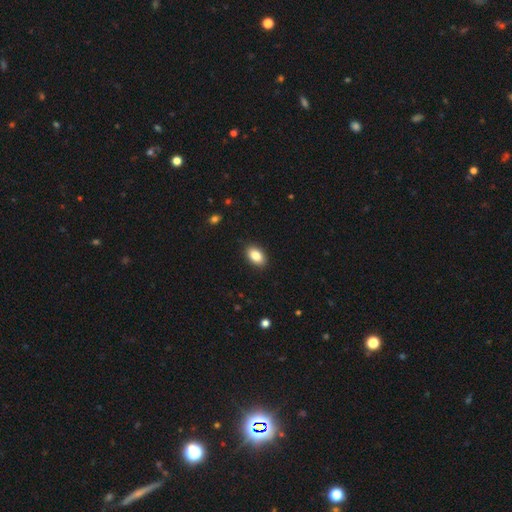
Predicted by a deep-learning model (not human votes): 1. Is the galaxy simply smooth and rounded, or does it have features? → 85% smooth, 8% star or artifact, 7% featured or disk.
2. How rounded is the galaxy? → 91% in between, 7% round, 2% cigar-shaped.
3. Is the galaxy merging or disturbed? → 90% none, 7% minor disturbance, 2% major disturbance, 1% merger.